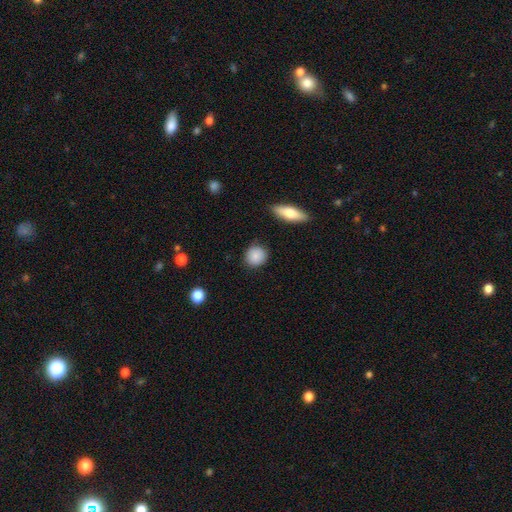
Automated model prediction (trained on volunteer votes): Smooth or featured?
  - smooth: 87% *
  - star or artifact: 7%
  - featured or disk: 6%
How rounded?
  - round: 84% *
  - in between: 14%
  - cigar-shaped: 2%
Merging?
  - none: 88% *
  - minor disturbance: 8%
  - major disturbance: 2%
  - merger: 2%